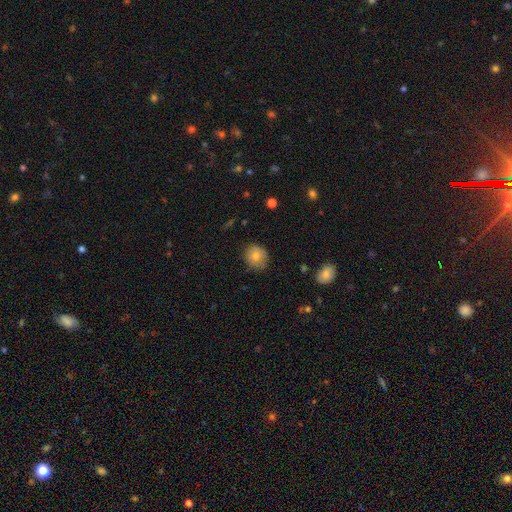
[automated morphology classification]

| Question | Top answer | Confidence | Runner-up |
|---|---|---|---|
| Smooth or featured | smooth | 75% | featured or disk (16%) |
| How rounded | round | 75% | in between (24%) |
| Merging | none | 82% | minor disturbance (14%) |